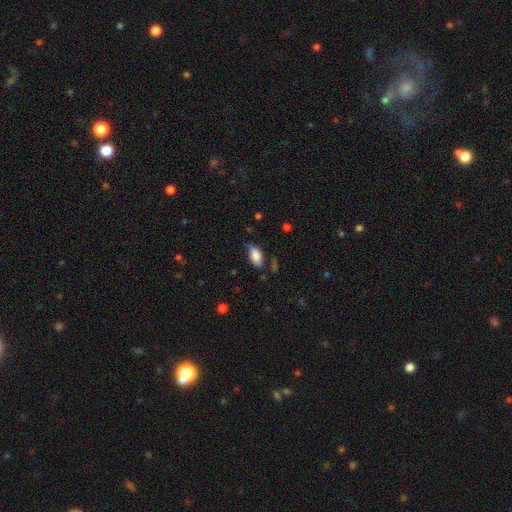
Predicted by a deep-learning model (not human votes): Morphology: type=smooth (84%); roundness=in between (91%); merging=none (63%).